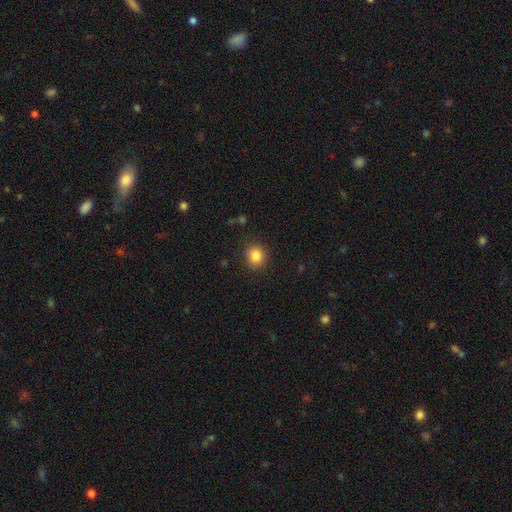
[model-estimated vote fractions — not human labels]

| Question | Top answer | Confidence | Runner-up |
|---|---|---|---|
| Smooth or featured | smooth | 84% | star or artifact (11%) |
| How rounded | round | 88% | in between (11%) |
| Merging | none | 88% | minor disturbance (8%) |